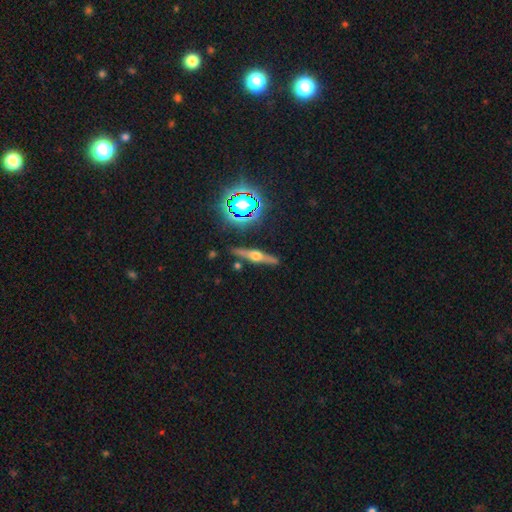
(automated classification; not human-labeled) smooth-or-featured: featured or disk: 69% | smooth: 20% | star or artifact: 11%
  disk-edge-on: yes: 96% | no: 4%
    edge-on-bulge: rounded: 93% | boxy: 5% | none: 2%
  merging: none: 86% | minor disturbance: 9% | merger: 3% | major disturbance: 2%